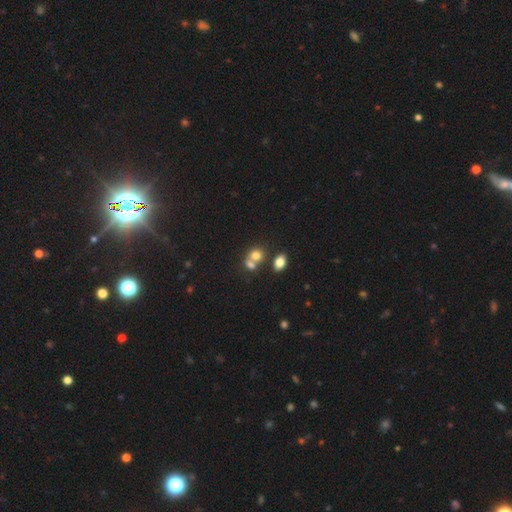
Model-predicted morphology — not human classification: A smooth galaxy with no disk features (73%) that is round (60%). Merging: merger (51%).